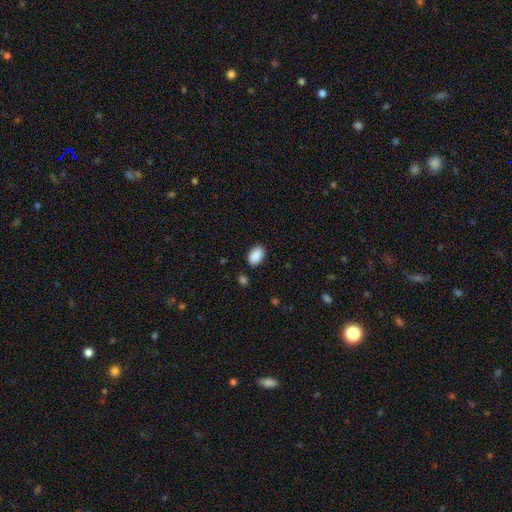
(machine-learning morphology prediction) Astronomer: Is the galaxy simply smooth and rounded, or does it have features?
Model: smooth — 90%.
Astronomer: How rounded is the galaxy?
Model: in between — 91%.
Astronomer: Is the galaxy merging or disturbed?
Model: none — 86%.